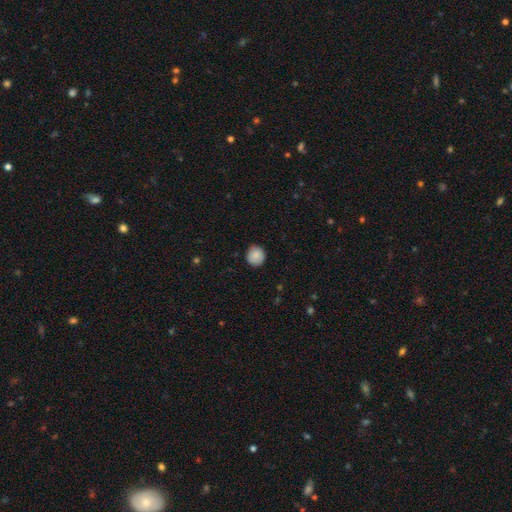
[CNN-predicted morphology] type=smooth (87%); roundness=round (88%); merging=none (87%).